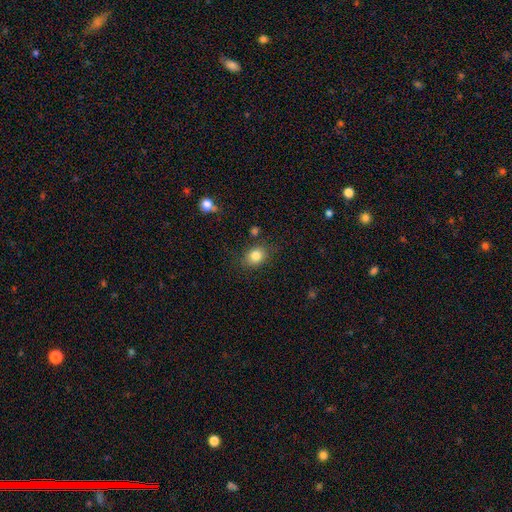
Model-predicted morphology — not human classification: smooth_or_featured: smooth (p=0.83) [alt: star or artifact p=0.10]
how_rounded: round (p=0.54) [alt: in between p=0.46]
merging: none (p=0.80) [alt: minor disturbance p=0.13]